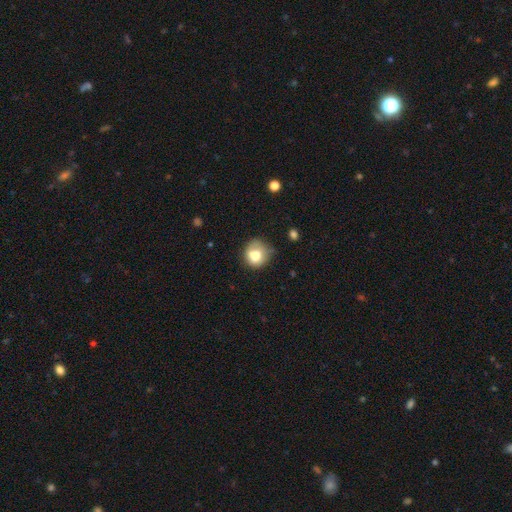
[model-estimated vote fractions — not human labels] Smooth or featured? Predicted: smooth (p=0.75). How rounded? Predicted: round (p=0.80). Merging? Predicted: none (p=0.51).